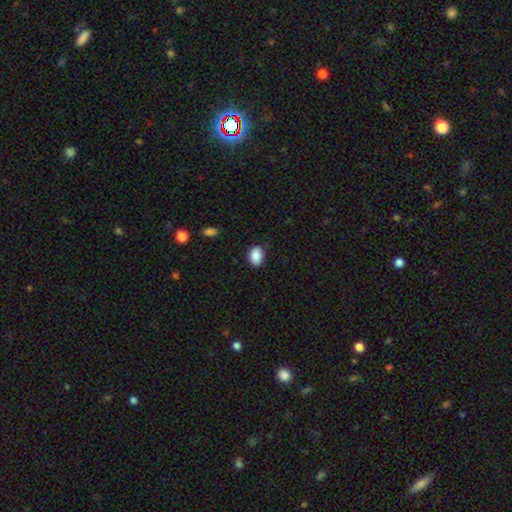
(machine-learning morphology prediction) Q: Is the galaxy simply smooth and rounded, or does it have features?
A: smooth — 88%.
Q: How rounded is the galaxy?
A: in between — 79%.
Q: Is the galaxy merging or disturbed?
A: none — 83%.